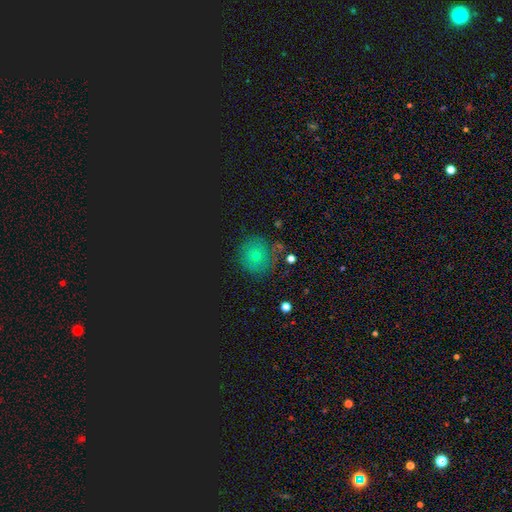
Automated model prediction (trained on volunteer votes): smooth-or-featured: smooth: 53% | star or artifact: 35% | featured or disk: 12%
  how-rounded: round: 92% | in between: 7% | cigar-shaped: 1%
  merging: none: 82% | minor disturbance: 12% | major disturbance: 4% | merger: 3%